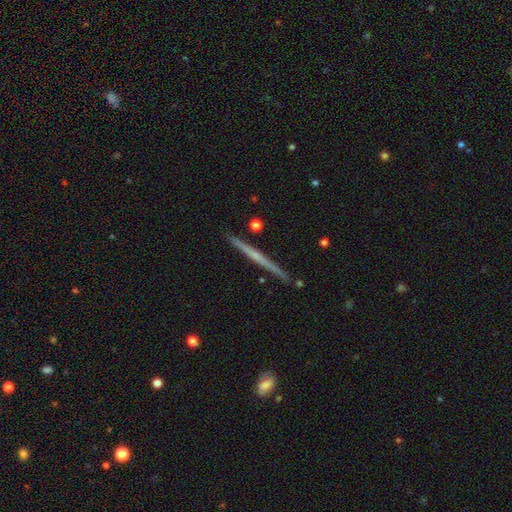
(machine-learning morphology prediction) Smooth or featured: featured or disk — 70% (smooth — 24%)
Edge-on disk: yes — 98% (no — 2%)
Edge-on bulge: none — 63% (rounded — 31%)
Merging: none — 91% (minor disturbance — 6%)